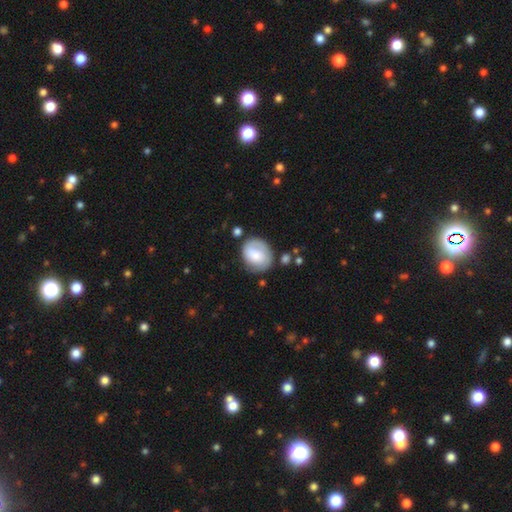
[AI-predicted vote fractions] Smooth or featured?
  - smooth: 61% *
  - featured or disk: 32%
  - star or artifact: 7%
How rounded?
  - round: 58% *
  - in between: 41%
  - cigar-shaped: 1%
Merging?
  - none: 65% *
  - minor disturbance: 22%
  - major disturbance: 8%
  - merger: 5%